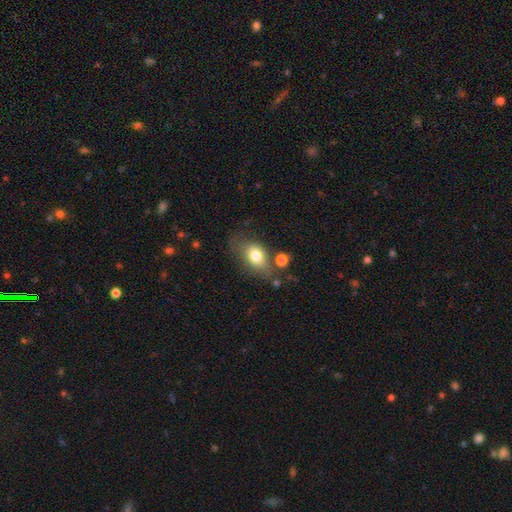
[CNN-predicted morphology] Overall: smooth (75%). How rounded: in between (79%). Merging: none (58%; minor disturbance 22%).